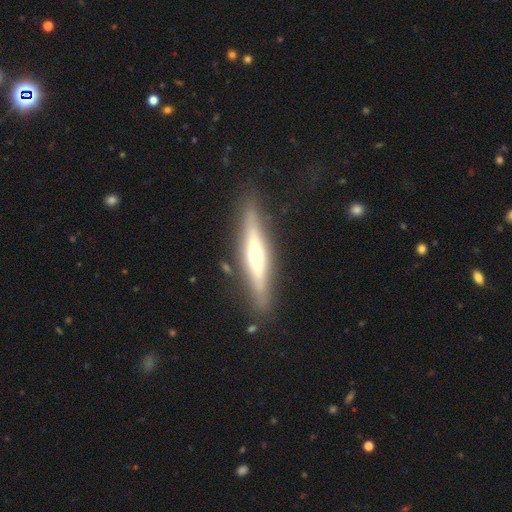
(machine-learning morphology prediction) featured or disk 69%, smooth 26%, star or artifact 6%. Down the decision tree: edge-on disk — yes (93%); edge-on bulge — rounded (84%); merging — none (85%).